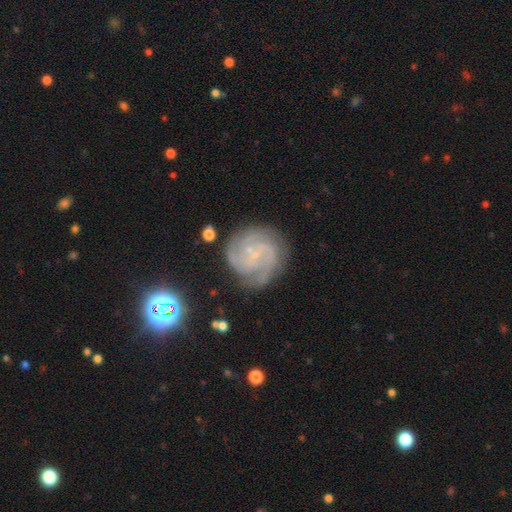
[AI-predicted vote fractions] This is clearly a featured or disk galaxy (83%). It is clearly not viewed edge-on (98%). Bar: likely no (62%). Spiral arm pattern: clearly yes (97%). Spiral arm count: marginally 3 (35%). Spiral winding: possibly tight (55%). Central bulge: likely small (75%). Merging: likely none (75%).